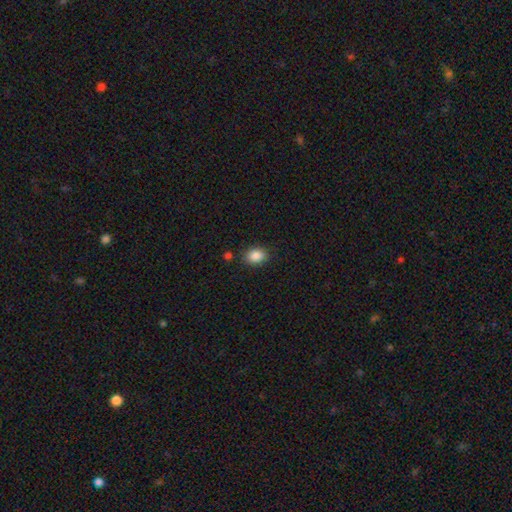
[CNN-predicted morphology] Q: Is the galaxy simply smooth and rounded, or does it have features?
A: smooth — 88%.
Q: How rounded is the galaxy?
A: in between — 68%.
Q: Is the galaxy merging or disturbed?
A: none — 84%.